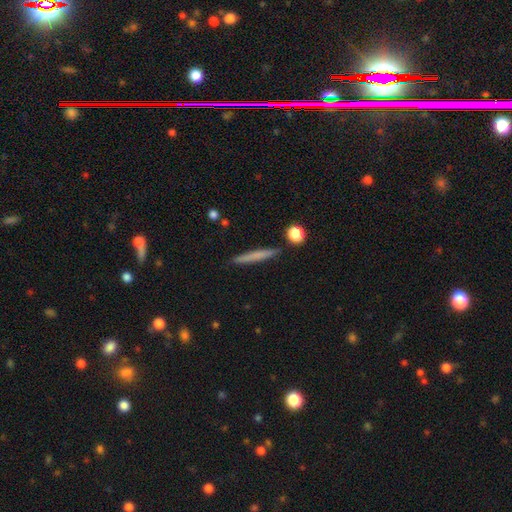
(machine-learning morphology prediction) This is likely a smooth galaxy (67%). How rounded: clearly cigar-shaped (95%). Merging: clearly none (89%).